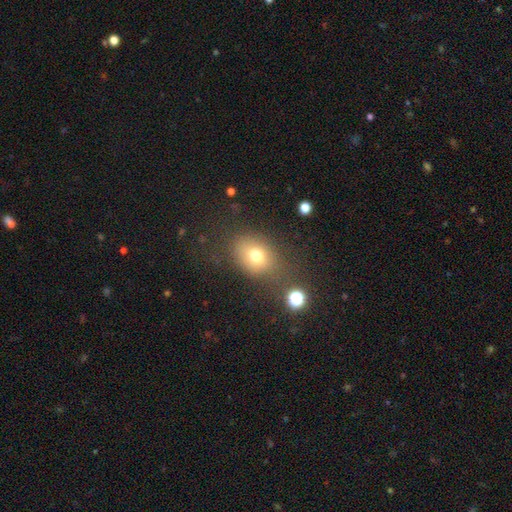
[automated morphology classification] Q: Smooth or featured?
A: smooth (72%); runner-up: star or artifact (15%)
Q: How rounded?
A: in between (57%); runner-up: round (42%)
Q: Merging?
A: none (67%); runner-up: minor disturbance (17%)